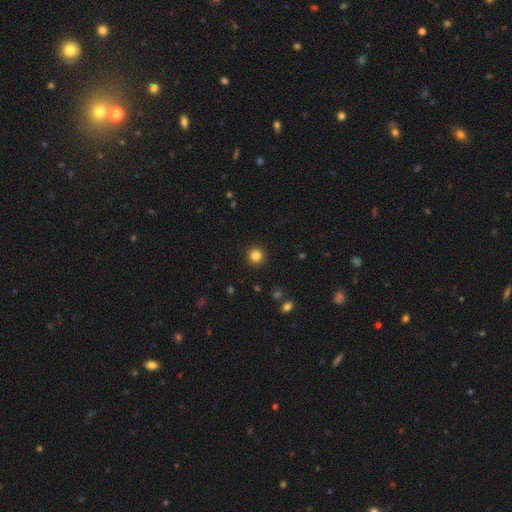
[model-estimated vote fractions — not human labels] Smooth or featured? Predicted: smooth (p=0.83). How rounded? Predicted: round (p=0.95). Merging? Predicted: none (p=0.92).